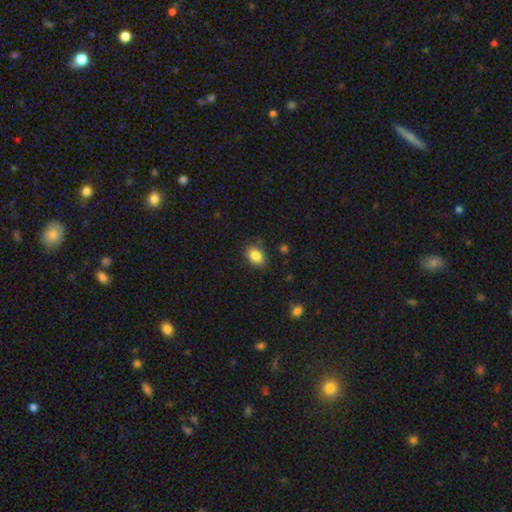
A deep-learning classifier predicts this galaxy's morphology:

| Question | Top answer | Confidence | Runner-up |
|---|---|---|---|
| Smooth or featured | smooth | 86% | star or artifact (9%) |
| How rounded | in between | 75% | round (23%) |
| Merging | none | 78% | minor disturbance (17%) |